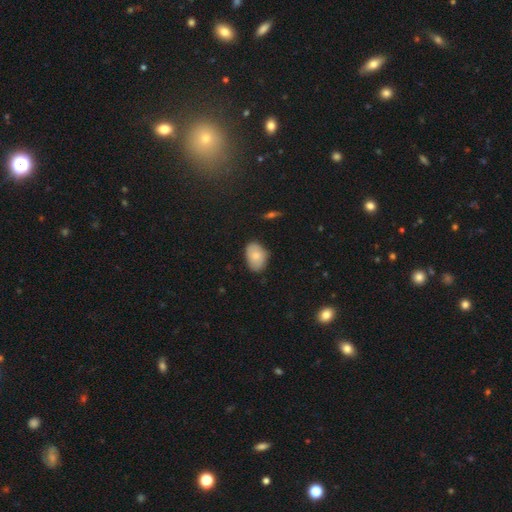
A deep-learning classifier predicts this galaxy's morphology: smooth_or_featured: smooth (p=0.80) [alt: featured or disk p=0.14]
how_rounded: in between (p=0.86) [alt: round p=0.13]
merging: none (p=0.76) [alt: minor disturbance p=0.19]